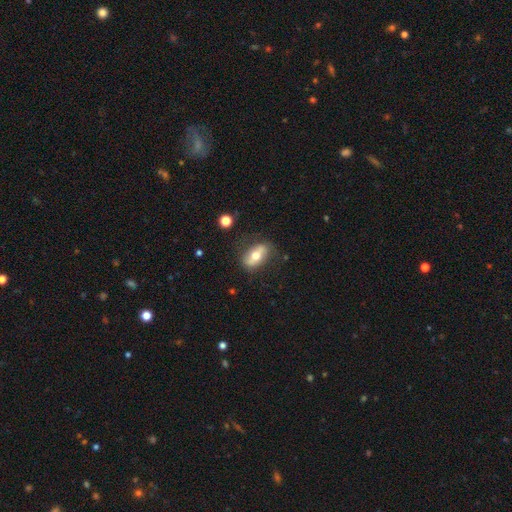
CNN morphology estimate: A smooth galaxy with no disk features (50%).

Vote fractions:
- Smooth or featured? smooth: 50% / featured or disk: 43% / star or artifact: 7%
- Merging? none: 74% / minor disturbance: 17% / major disturbance: 6% / merger: 2%